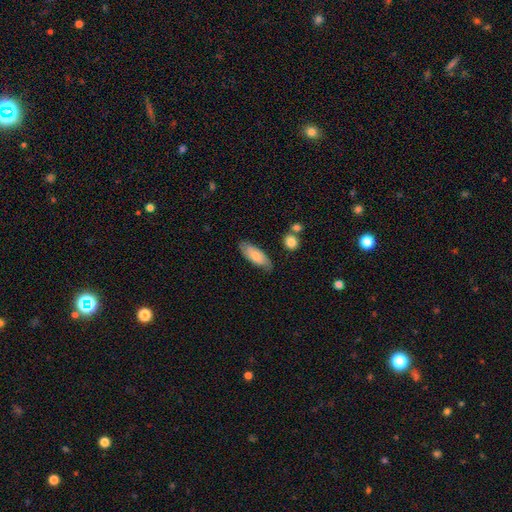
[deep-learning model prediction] The model was most divided on "how rounded": in between: 74%, cigar-shaped: 24%, round: 2%. More confident: merging — none (75%); smooth or featured — smooth (73%).